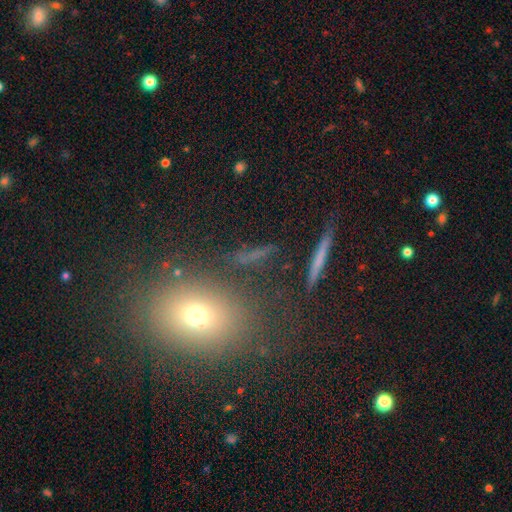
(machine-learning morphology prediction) Q: Smooth or featured?
A: smooth (41%); runner-up: featured or disk (33%)
Q: Merging?
A: none (78%); runner-up: minor disturbance (11%)